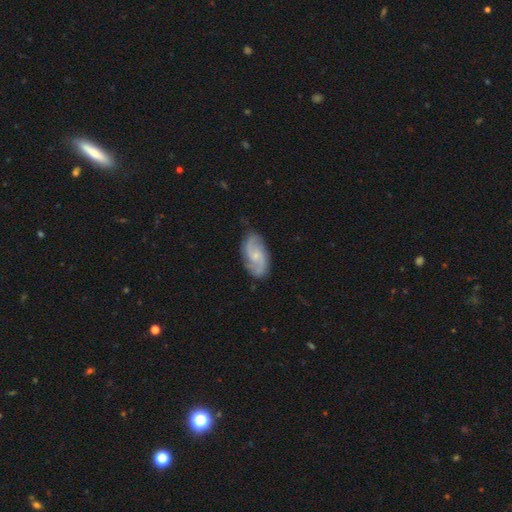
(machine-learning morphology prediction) A featured or disk galaxy (79%) with no bar (55%), 2 (78%) medium (49%) spiral arms (96%) and a small central bulge (63%).

Vote fractions:
- Smooth or featured? featured or disk: 79% / smooth: 16% / star or artifact: 5%
- Edge-on disk? no: 96% / yes: 4%
- Bar? no: 55% / weak: 40% / strong: 6%
- Spiral arms? yes: 96% / no: 4%
- Spiral winding? medium: 49% / loose: 29% / tight: 22%
- Spiral arm count? 2: 78% / 3: 9% / can't tell: 7% / 4: 2% / 1: 2% / more than 4: 2%
- Bulge size? small: 63% / moderate: 26% / none: 9% / large: 1% / dominant: 1%
- Merging? none: 79% / minor disturbance: 16% / major disturbance: 4% / merger: 1%